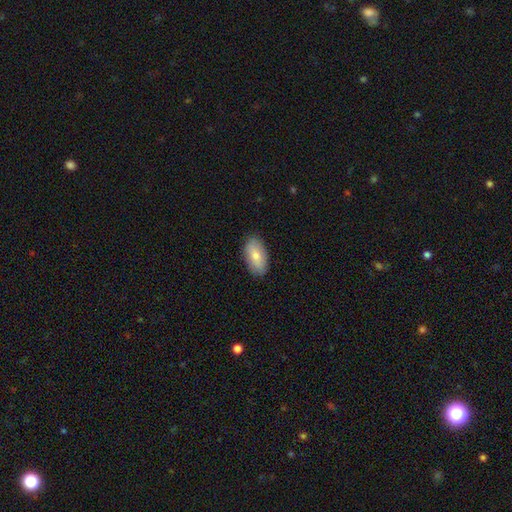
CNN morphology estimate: Smooth or featured?
  - smooth: 76% *
  - featured or disk: 18%
  - star or artifact: 6%
How rounded?
  - in between: 93% *
  - round: 4%
  - cigar-shaped: 3%
Merging?
  - none: 86% *
  - minor disturbance: 11%
  - major disturbance: 2%
  - merger: 1%